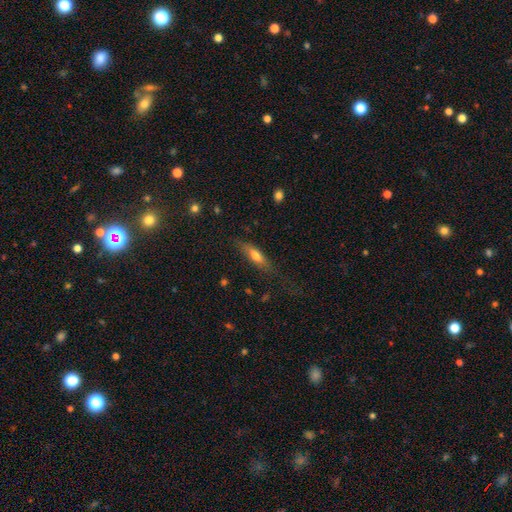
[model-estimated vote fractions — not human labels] smooth-or-featured: smooth: 66% | featured or disk: 27% | star or artifact: 7%
  how-rounded: cigar-shaped: 57% | in between: 40% | round: 3%
  merging: none: 69% | minor disturbance: 21% | major disturbance: 9% | merger: 2%